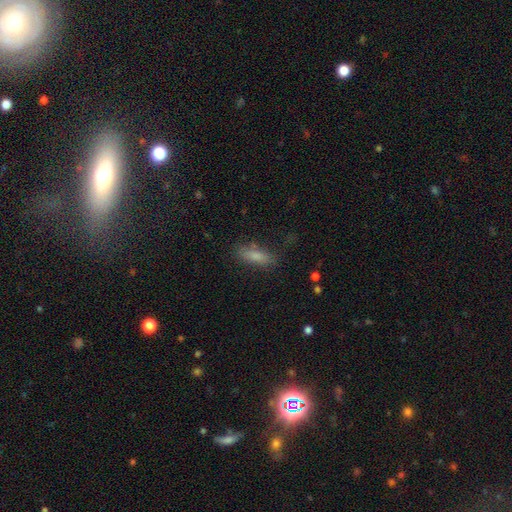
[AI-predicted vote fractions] Smooth or featured?
  - smooth: 80% *
  - featured or disk: 12%
  - star or artifact: 9%
How rounded?
  - in between: 52% *
  - cigar-shaped: 46%
  - round: 2%
Merging?
  - none: 76% *
  - minor disturbance: 16%
  - major disturbance: 5%
  - merger: 2%